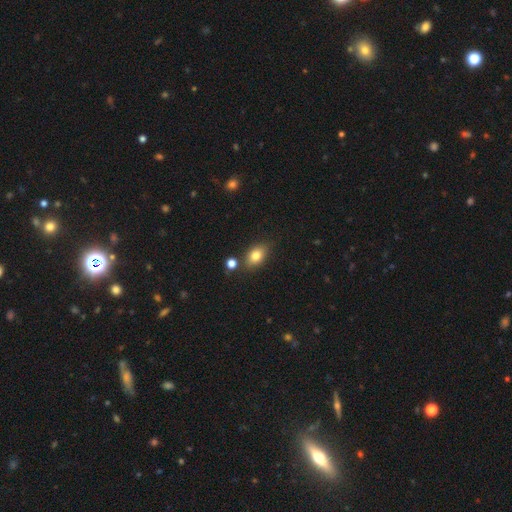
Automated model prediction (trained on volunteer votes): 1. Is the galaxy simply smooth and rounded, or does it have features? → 80% smooth, 10% featured or disk, 9% star or artifact.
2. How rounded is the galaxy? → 83% in between, 15% round, 3% cigar-shaped.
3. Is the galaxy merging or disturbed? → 77% none, 13% minor disturbance, 7% merger, 3% major disturbance.